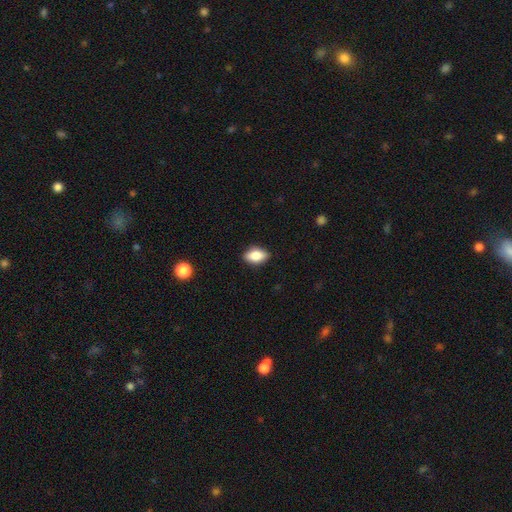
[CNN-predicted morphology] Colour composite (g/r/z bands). It shows a smooth galaxy with no disk features (80%) that is in between round and cigar-shaped (87%). Merging: none (86%).